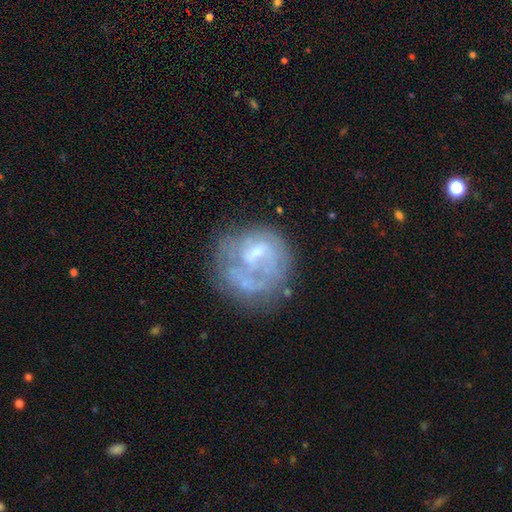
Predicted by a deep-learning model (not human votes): Smooth or featured? Predicted: featured or disk (p=0.65). Edge-on disk? Predicted: no (p=0.98). Bar? Predicted: no (p=0.54). Spiral arms? Predicted: no (p=0.55). Bulge size? Predicted: small (p=0.44). Merging? Predicted: none (p=0.50).